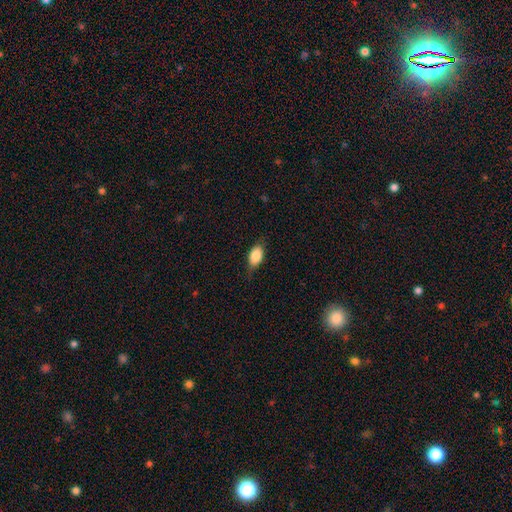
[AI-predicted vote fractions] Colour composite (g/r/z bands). It shows a smooth galaxy with no disk features (80%) that is in between round and cigar-shaped (87%). Merging: none (71%).